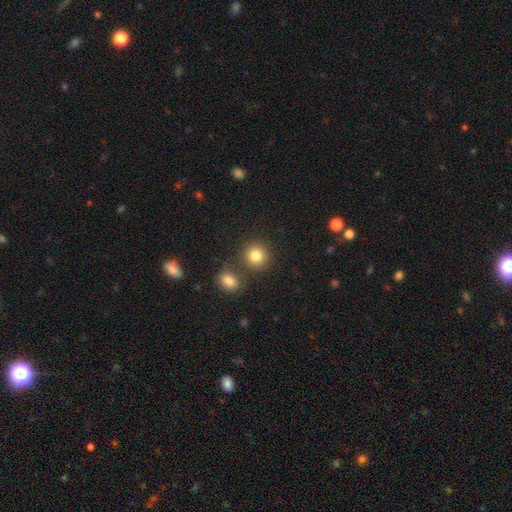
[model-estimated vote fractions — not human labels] Smooth or featured?
  - smooth: 83% *
  - star or artifact: 11%
  - featured or disk: 6%
How rounded?
  - round: 87% *
  - in between: 12%
  - cigar-shaped: 1%
Merging?
  - none: 74% *
  - merger: 14%
  - minor disturbance: 8%
  - major disturbance: 3%